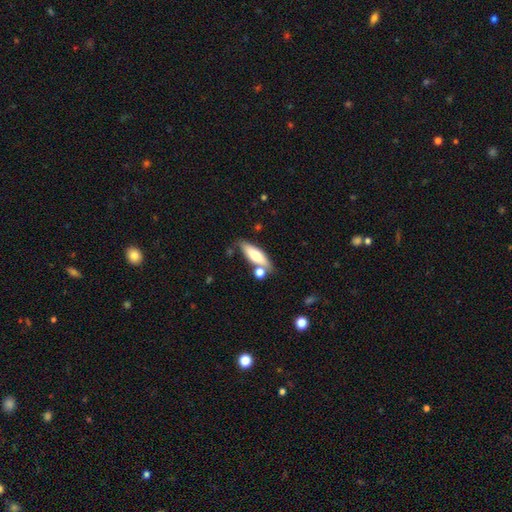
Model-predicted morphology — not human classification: The model was most divided on "how rounded": in between: 50%, cigar-shaped: 47%, round: 3%. More confident: smooth or featured — smooth (67%); merging — none (65%).